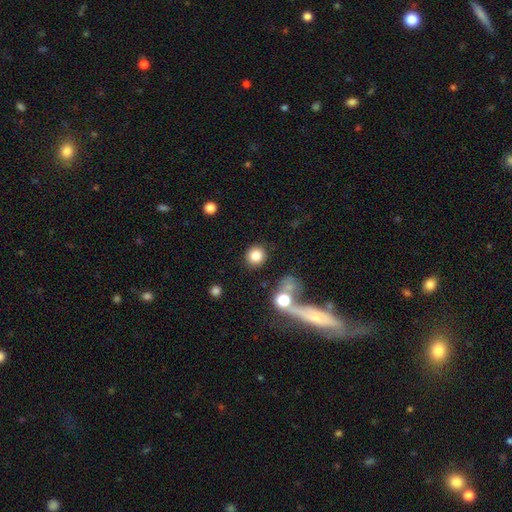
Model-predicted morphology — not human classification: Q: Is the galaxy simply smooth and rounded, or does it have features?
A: smooth — 82%.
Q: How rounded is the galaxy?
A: round — 88%.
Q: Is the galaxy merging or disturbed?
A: none — 85%.